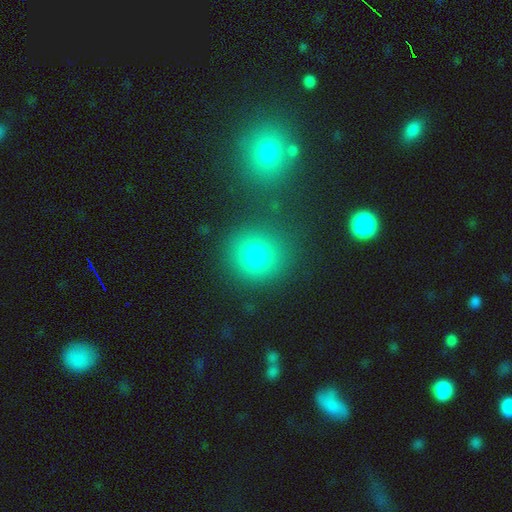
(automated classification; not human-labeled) smooth_or_featured: smooth (p=0.77) [alt: star or artifact p=0.16]
how_rounded: round (p=0.89) [alt: in between p=0.10]
merging: none (p=0.77) [alt: minor disturbance p=0.09]